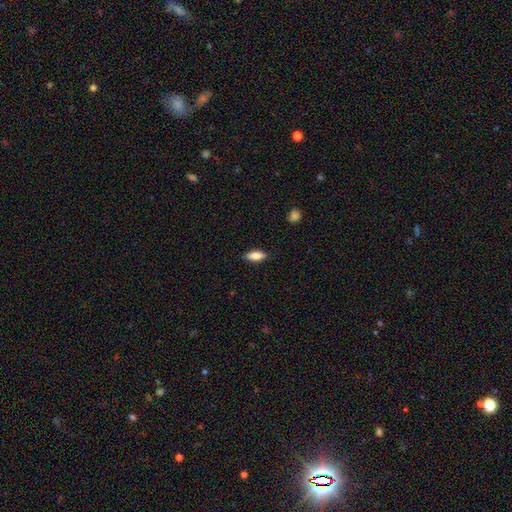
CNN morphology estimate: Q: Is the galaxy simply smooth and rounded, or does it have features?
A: smooth — 75%.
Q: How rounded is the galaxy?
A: in between — 68%.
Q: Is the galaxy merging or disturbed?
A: none — 87%.